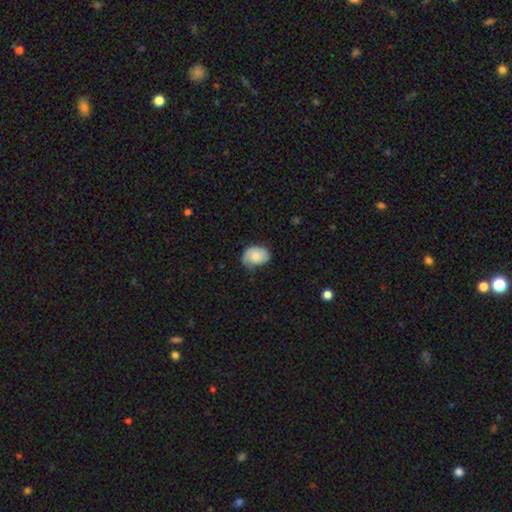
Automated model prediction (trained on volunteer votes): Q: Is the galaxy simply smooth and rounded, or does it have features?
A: smooth — 66%.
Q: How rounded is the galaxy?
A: in between — 69%.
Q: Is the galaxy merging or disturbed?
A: none — 57%.